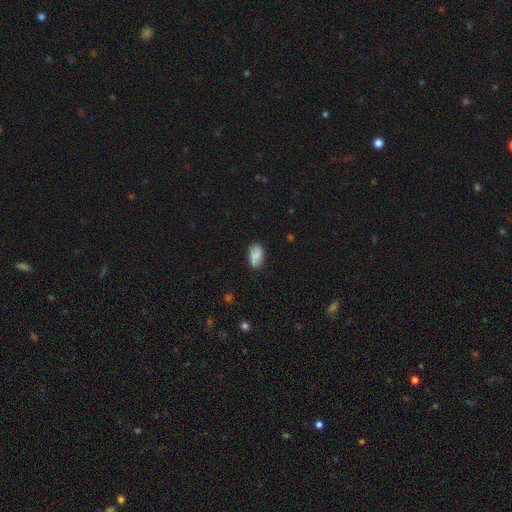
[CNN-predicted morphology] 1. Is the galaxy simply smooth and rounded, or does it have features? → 80% smooth, 13% featured or disk, 7% star or artifact.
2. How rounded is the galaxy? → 92% in between, 5% round, 2% cigar-shaped.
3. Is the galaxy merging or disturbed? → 82% none, 14% minor disturbance, 3% major disturbance, 1% merger.